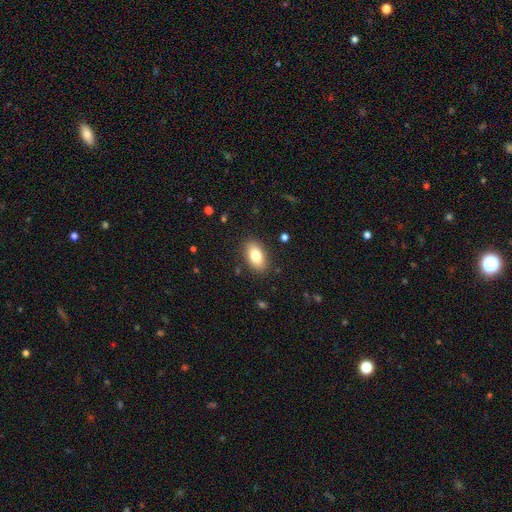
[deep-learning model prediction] Smooth or featured?
  - smooth: 80% *
  - featured or disk: 12%
  - star or artifact: 7%
How rounded?
  - in between: 90% *
  - round: 7%
  - cigar-shaped: 3%
Merging?
  - none: 87% *
  - minor disturbance: 10%
  - major disturbance: 3%
  - merger: 1%